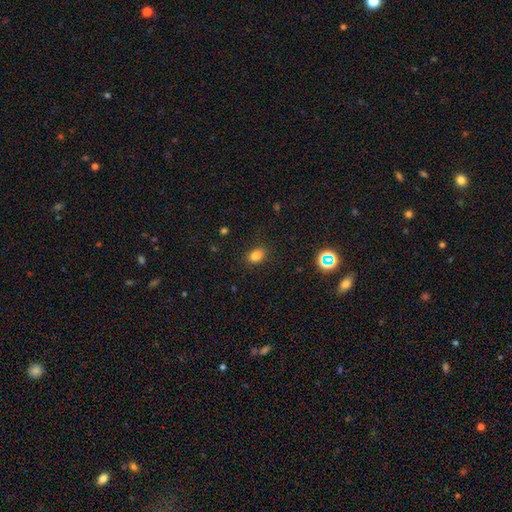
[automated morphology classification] Overall: smooth (82%). How rounded: in between (78%). Merging: none (84%).